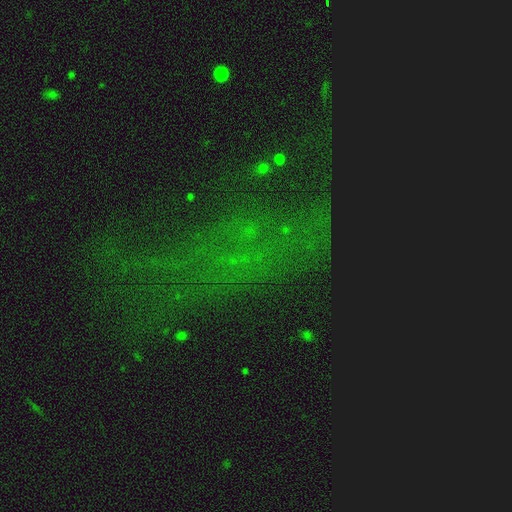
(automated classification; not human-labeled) A star or artifact, not a galaxy (60%).

Vote fractions:
- Smooth or featured? star or artifact: 60% / smooth: 20% / featured or disk: 20%